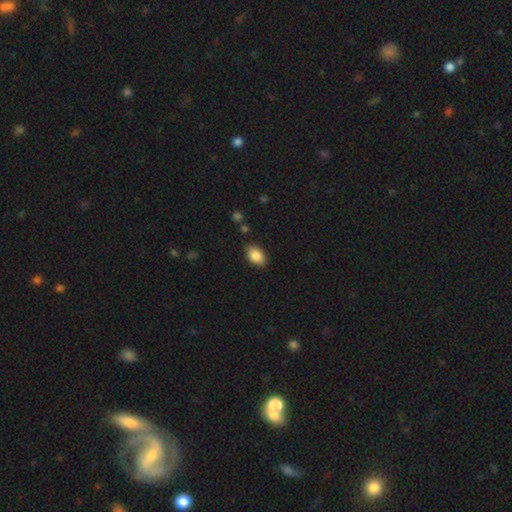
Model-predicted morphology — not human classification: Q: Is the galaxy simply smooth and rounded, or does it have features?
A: smooth — 87%.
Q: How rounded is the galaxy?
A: in between — 91%.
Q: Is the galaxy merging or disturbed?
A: none — 86%.